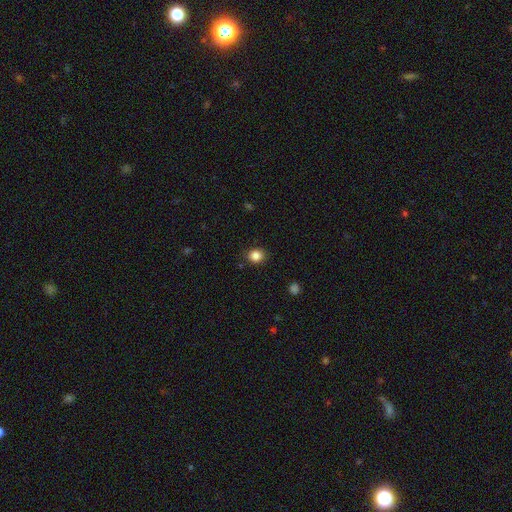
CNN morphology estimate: The model was most divided on "how rounded": round: 73%, in between: 26%, cigar-shaped: 1%. More confident: merging — none (88%); smooth or featured — smooth (85%).